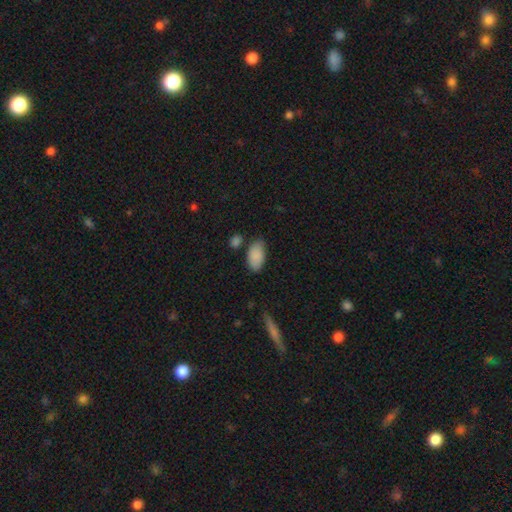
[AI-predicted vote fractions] Q: Smooth or featured?
A: smooth (88%); runner-up: star or artifact (7%)
Q: How rounded?
A: in between (94%); runner-up: round (3%)
Q: Merging?
A: none (69%); runner-up: minor disturbance (20%)